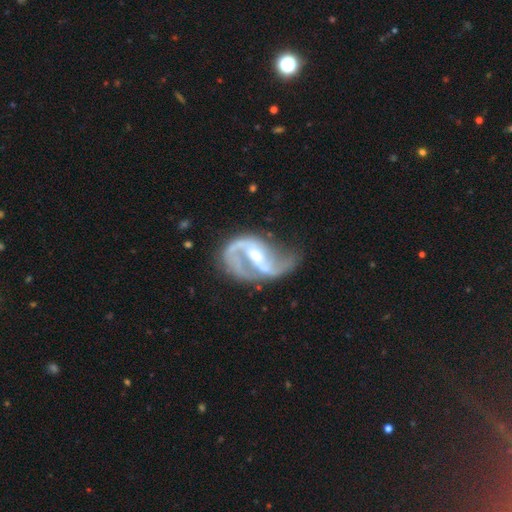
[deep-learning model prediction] Smooth or featured?
  - featured or disk: 91% *
  - star or artifact: 5%
  - smooth: 4%
Edge-on disk?
  - no: 98% *
  - yes: 2%
Bar?
  - strong: 42% *
  - weak: 39%
  - no: 18%
Spiral arms?
  - yes: 97% *
  - no: 3%
Spiral winding?
  - medium: 46% *
  - loose: 41%
  - tight: 12%
Spiral arm count?
  - 2: 86% *
  - 1: 4%
  - 3: 3%
  - can't tell: 3%
  - 4: 1%
  - more than 4: 1%
Bulge size?
  - moderate: 49% *
  - small: 46%
  - large: 2%
  - none: 1%
  - dominant: 1%
Merging?
  - none: 54% *
  - minor disturbance: 23%
  - major disturbance: 20%
  - merger: 3%